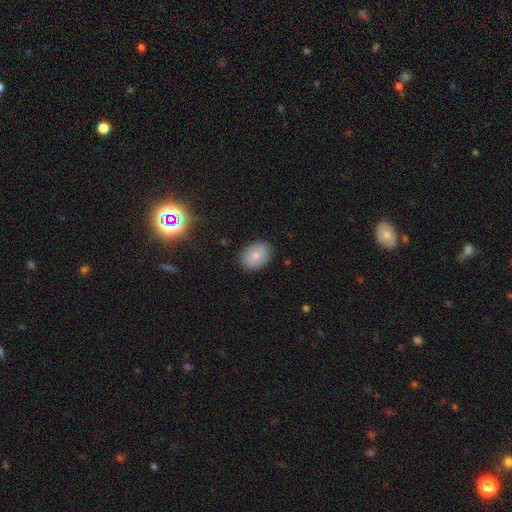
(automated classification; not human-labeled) Smooth or featured? Predicted: smooth (p=0.77). How rounded? Predicted: in between (p=0.68). Merging? Predicted: none (p=0.86).